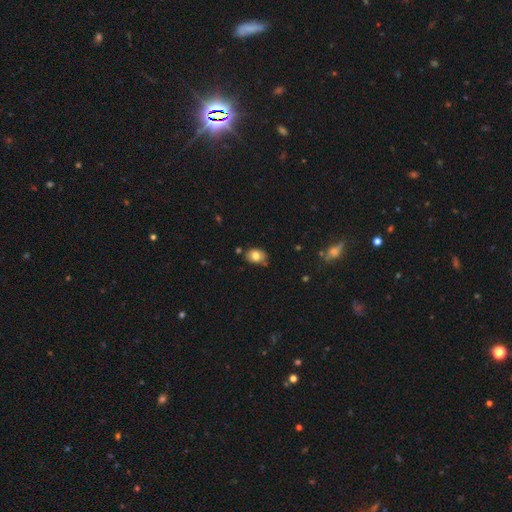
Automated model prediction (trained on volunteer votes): Smooth or featured?
  - smooth: 78% *
  - featured or disk: 13%
  - star or artifact: 9%
How rounded?
  - in between: 64% *
  - round: 35%
  - cigar-shaped: 1%
Merging?
  - none: 72% *
  - minor disturbance: 19%
  - merger: 6%
  - major disturbance: 3%